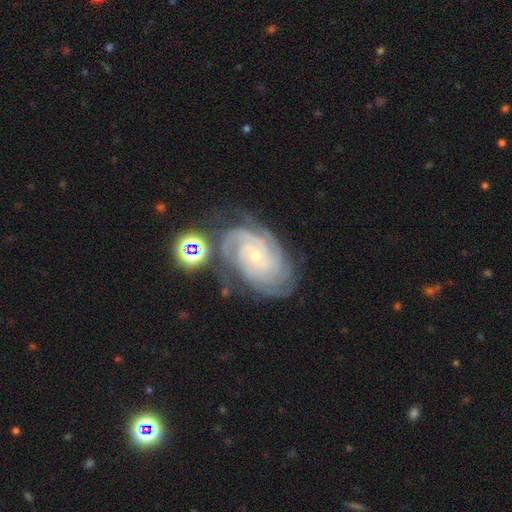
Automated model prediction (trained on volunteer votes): smooth-or-featured: featured or disk: 89% | star or artifact: 6% | smooth: 5%
  disk-edge-on: no: 97% | yes: 3%
    bar: no: 74% | weak: 20% | strong: 6%
    has-spiral-arms: yes: 98% | no: 2%
      spiral-winding: tight: 78% | medium: 19% | loose: 3%
      spiral-arm-count: 4: 29% | 3: 22% | can't tell: 20% | 2: 12% | more than 4: 11% | 1: 6%
    bulge-size: small: 78% | moderate: 18% | none: 2% | large: 1% | dominant: 1%
  merging: none: 66% | minor disturbance: 20% | major disturbance: 9% | merger: 6%